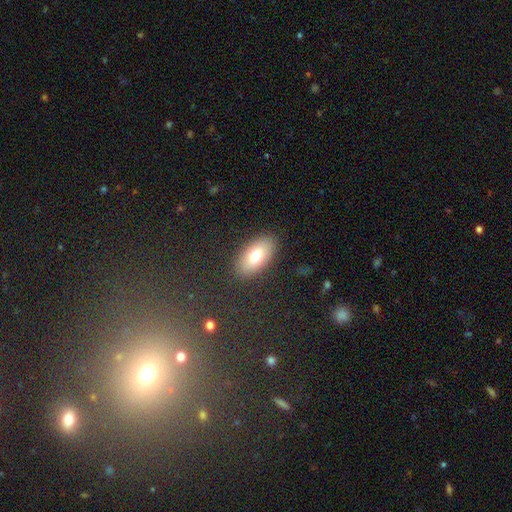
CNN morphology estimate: A smooth galaxy with no disk features (76%) that is in between round and cigar-shaped (93%). Merging: none (87%).